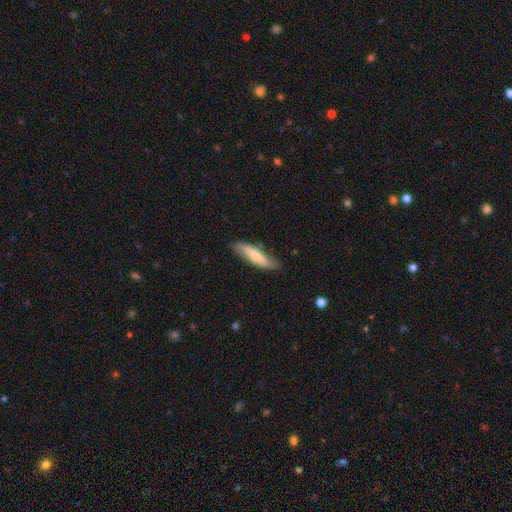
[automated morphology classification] A smooth galaxy with no disk features (61%) that is cigar-shaped (70%). Merging: none (76%).